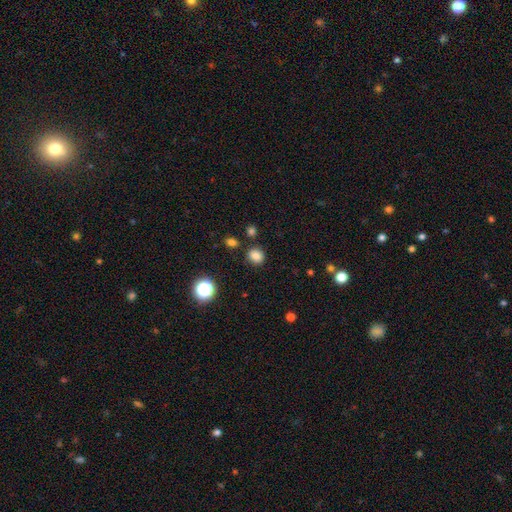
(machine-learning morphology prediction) This appears to be a smooth galaxy with no disk features (81%) that is round (78%). Merging: none (83%).